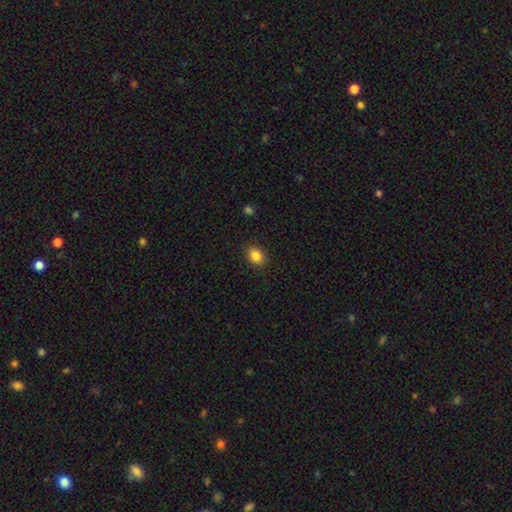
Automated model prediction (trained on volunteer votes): Smooth or featured: smooth — 86% (star or artifact — 10%)
How rounded: in between — 55% (round — 44%)
Merging: none — 89% (minor disturbance — 8%)